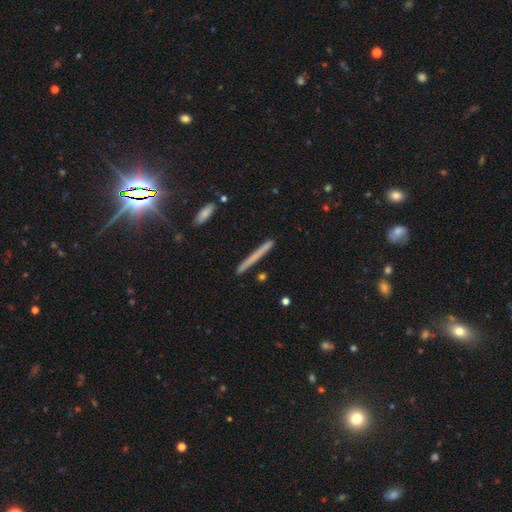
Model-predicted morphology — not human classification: Smooth or featured? Predicted: smooth (p=0.53). How rounded? Predicted: cigar-shaped (p=0.96). Merging? Predicted: none (p=0.89).